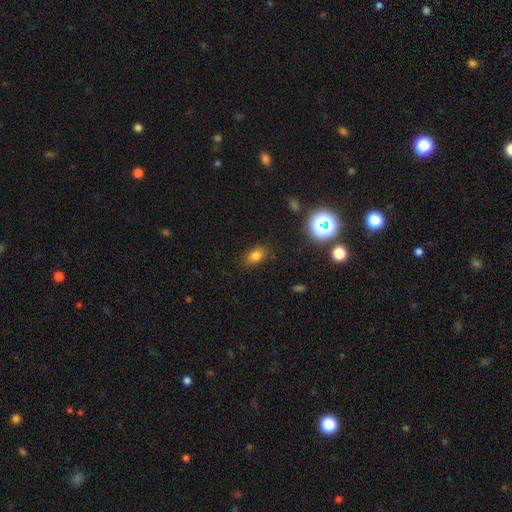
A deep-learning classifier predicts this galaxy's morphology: Overall: smooth (76%). How rounded: in between (75%). Merging: none (83%).